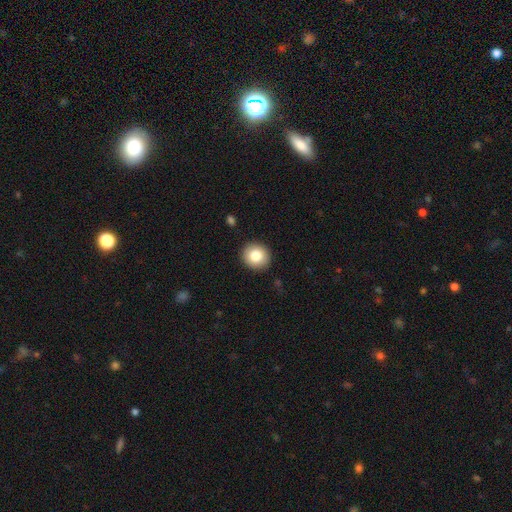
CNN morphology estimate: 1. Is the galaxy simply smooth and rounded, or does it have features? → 83% smooth, 9% featured or disk, 8% star or artifact.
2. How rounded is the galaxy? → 85% round, 14% in between, 1% cigar-shaped.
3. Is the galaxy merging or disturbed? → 91% none, 6% minor disturbance, 2% major disturbance, 1% merger.